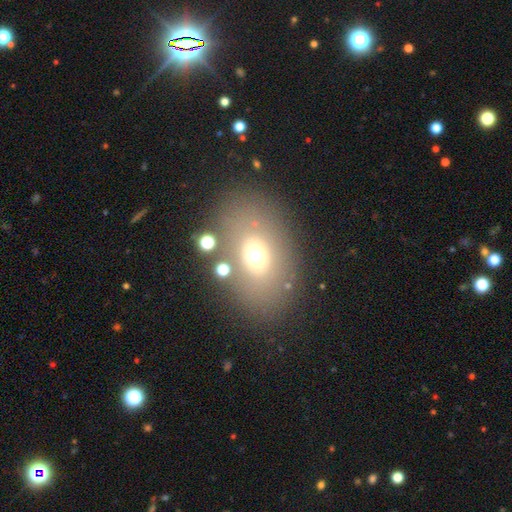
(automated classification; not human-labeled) smooth_or_featured: smooth (p=0.64) [alt: featured or disk p=0.20]
how_rounded: in between (p=0.72) [alt: round p=0.26]
merging: none (p=0.76) [alt: minor disturbance p=0.11]